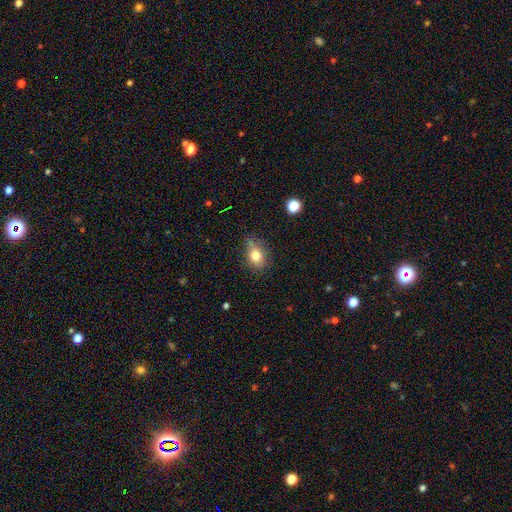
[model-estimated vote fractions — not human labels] A smooth galaxy with no disk features (78%) that is in between round and cigar-shaped (59%).

Vote fractions:
- Smooth or featured? smooth: 78% / featured or disk: 12% / star or artifact: 11%
- How rounded? in between: 59% / round: 39% / cigar-shaped: 2%
- Merging? none: 63% / minor disturbance: 27% / major disturbance: 6% / merger: 4%